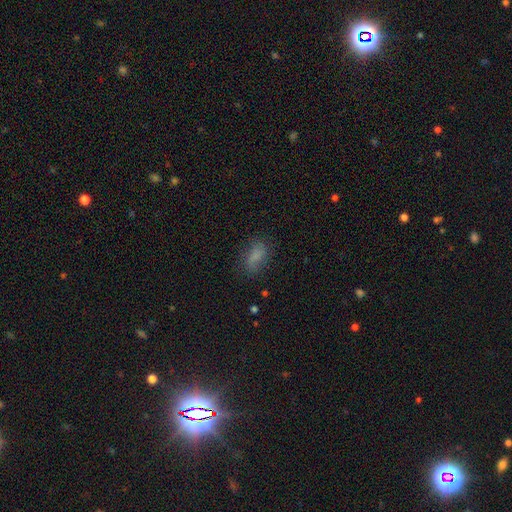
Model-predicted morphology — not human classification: smooth_or_featured: smooth (p=0.77) [alt: featured or disk p=0.12]
how_rounded: in between (p=0.84) [alt: cigar-shaped p=0.09]
merging: none (p=0.73) [alt: minor disturbance p=0.19]